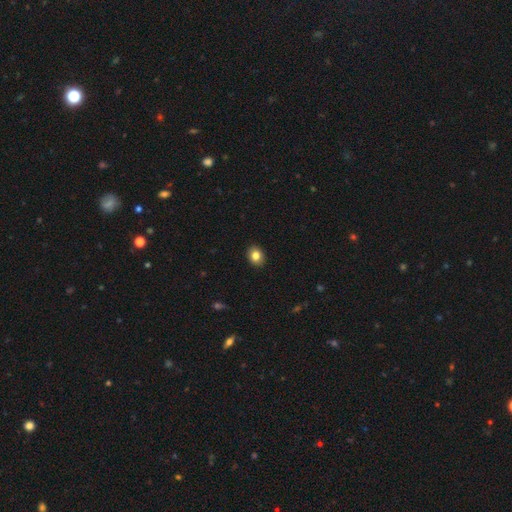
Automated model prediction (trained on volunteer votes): smooth_or_featured: smooth (p=0.84) [alt: star or artifact p=0.09]
how_rounded: in between (p=0.50) [alt: round p=0.49]
merging: none (p=0.91) [alt: minor disturbance p=0.06]